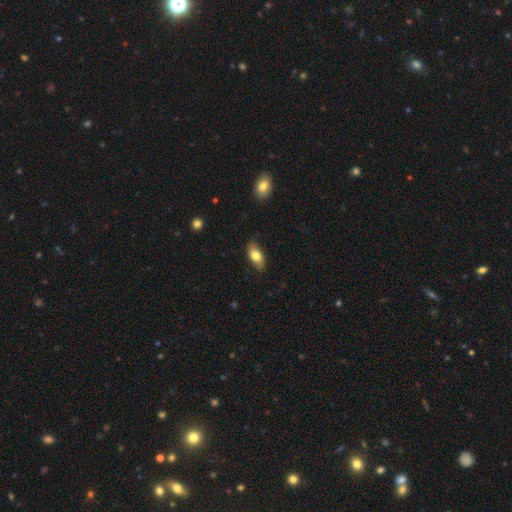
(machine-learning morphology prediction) This appears to be a smooth galaxy with no disk features (79%) that is in between round and cigar-shaped (88%). Merging: none (83%).